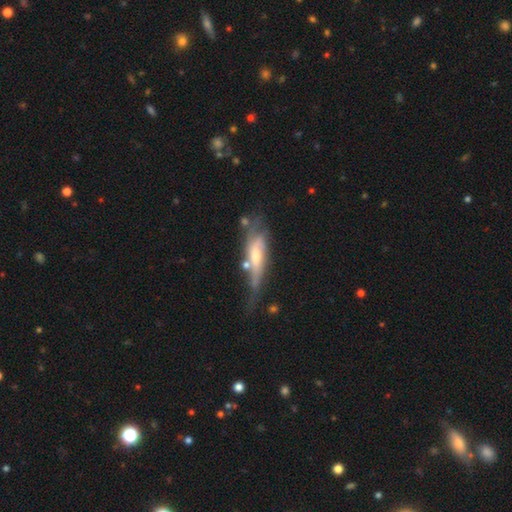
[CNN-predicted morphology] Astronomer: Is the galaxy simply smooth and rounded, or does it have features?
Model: featured or disk — 61%.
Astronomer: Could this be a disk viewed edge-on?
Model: no — 58% (runner-up: yes, 42%).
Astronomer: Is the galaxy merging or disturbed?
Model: none — 35% (runner-up: minor disturbance, 28%).